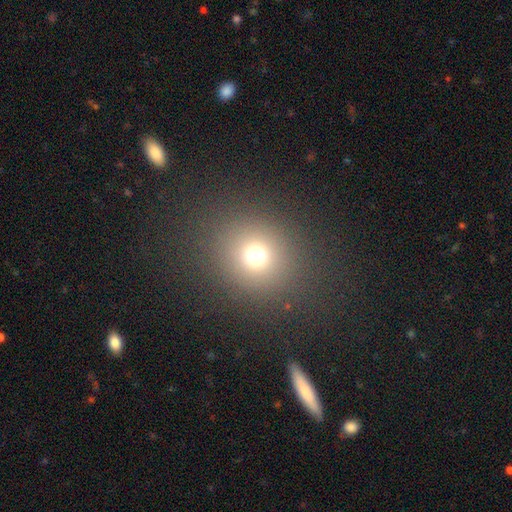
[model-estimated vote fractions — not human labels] Morphology: type=smooth (70%); roundness=round (89%); merging=none (86%).